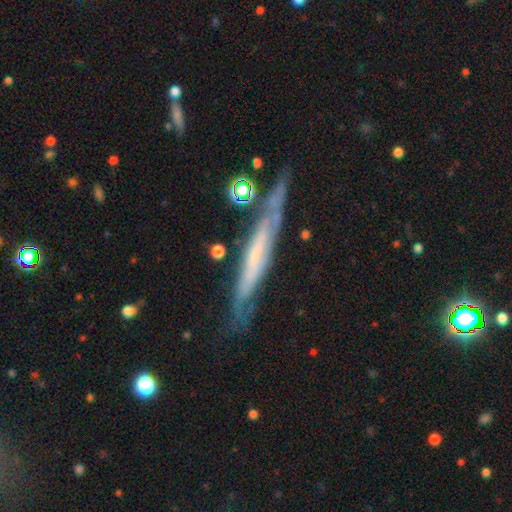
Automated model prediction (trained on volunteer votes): This appears to be a featured or disk galaxy (67%) viewed edge-on (80%) with no central bulge (77%). Merging: none (72%).